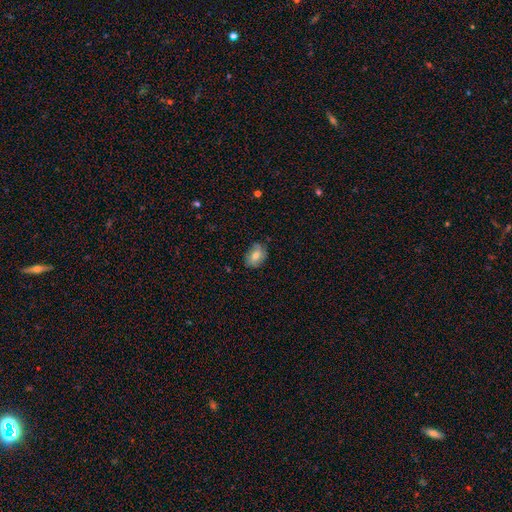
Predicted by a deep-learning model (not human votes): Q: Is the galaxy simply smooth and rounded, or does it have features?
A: smooth — 62%.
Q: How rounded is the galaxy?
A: in between — 75%.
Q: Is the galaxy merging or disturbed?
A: none — 68%.